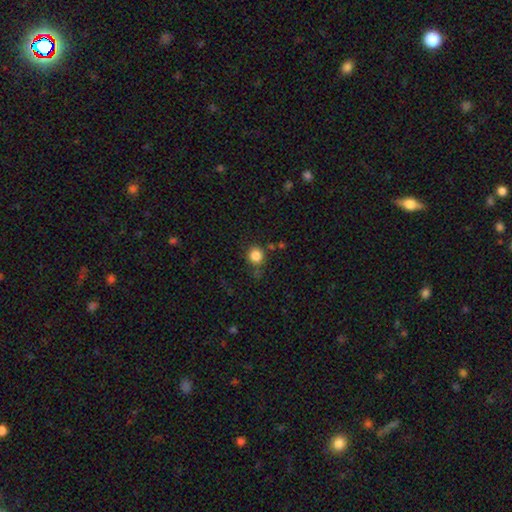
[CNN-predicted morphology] This appears to be a smooth galaxy with no disk features (84%) that is round (89%). Merging: none (76%).